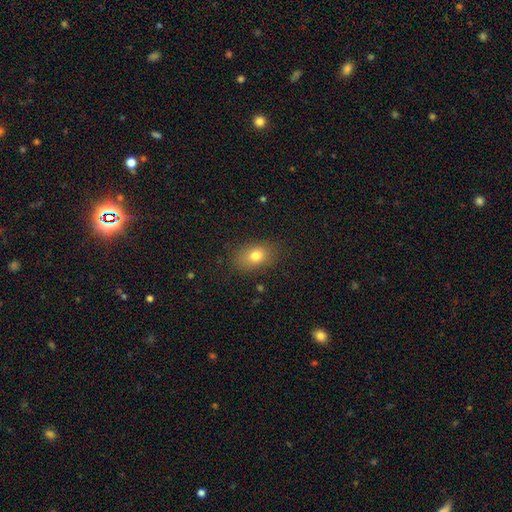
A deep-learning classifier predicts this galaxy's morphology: Q: Smooth or featured?
A: smooth (77%); runner-up: featured or disk (11%)
Q: How rounded?
A: in between (75%); runner-up: round (23%)
Q: Merging?
A: none (81%); runner-up: minor disturbance (13%)